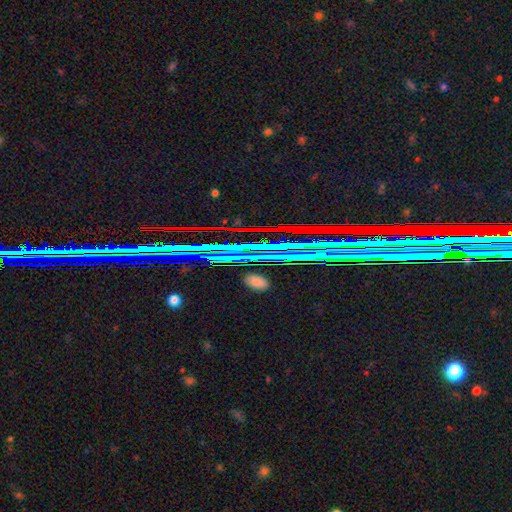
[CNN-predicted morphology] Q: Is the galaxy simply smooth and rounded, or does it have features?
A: star or artifact — 82%.